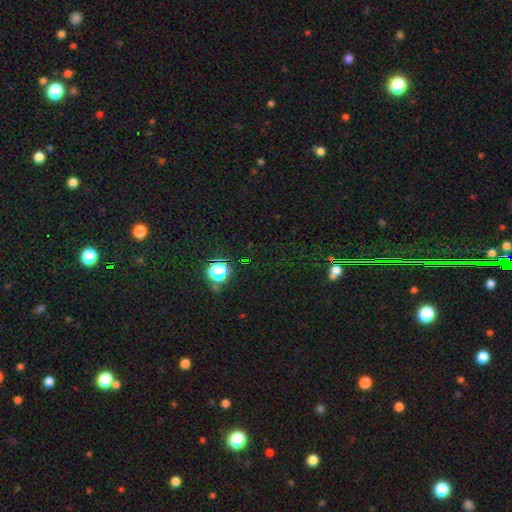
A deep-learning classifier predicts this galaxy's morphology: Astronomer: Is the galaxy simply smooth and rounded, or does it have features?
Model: star or artifact — 75%.